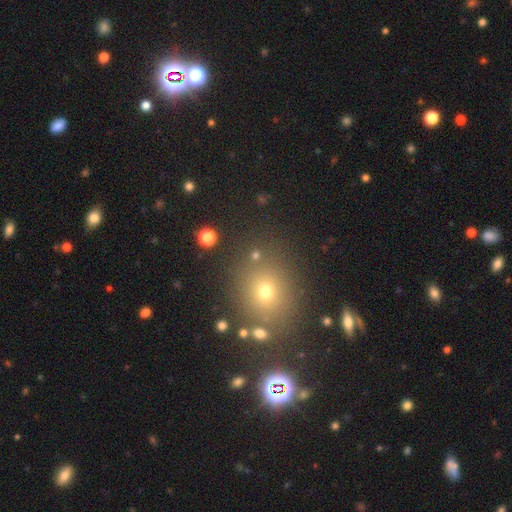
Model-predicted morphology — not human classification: This appears to be a smooth galaxy with no disk features (62%) that is round (72%). Merging: none (79%).